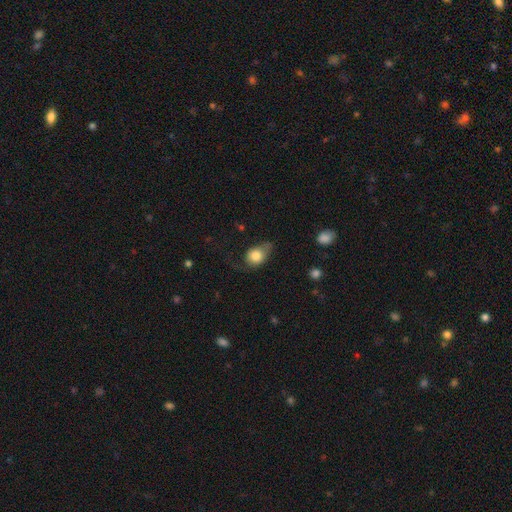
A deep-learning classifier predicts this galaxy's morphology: Overall: smooth (76%). How rounded: in between (59%; round 39%). Merging: none (37%; minor disturbance 35%).